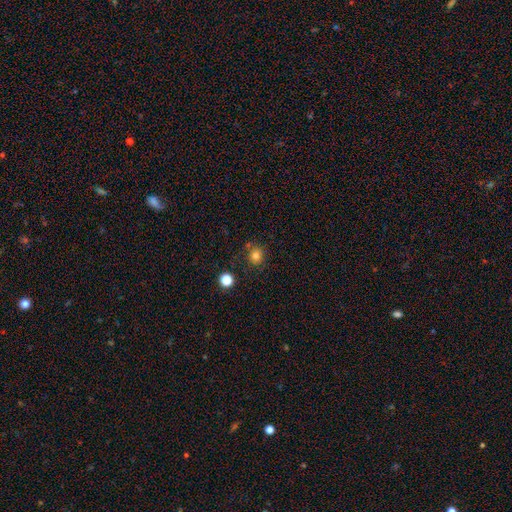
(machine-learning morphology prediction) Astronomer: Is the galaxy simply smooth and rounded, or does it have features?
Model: smooth — 79%.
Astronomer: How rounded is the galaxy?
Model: round — 85%.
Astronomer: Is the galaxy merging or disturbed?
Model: none — 77%.